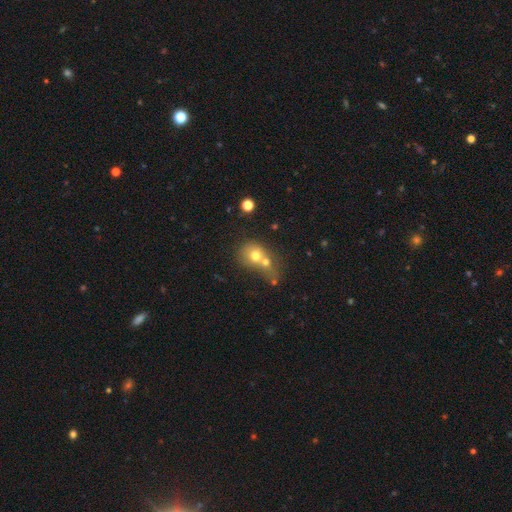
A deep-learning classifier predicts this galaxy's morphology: smooth 66%, featured or disk 21%, star or artifact 13%. Down the decision tree: how rounded — round (72%); merging — merger (69%).